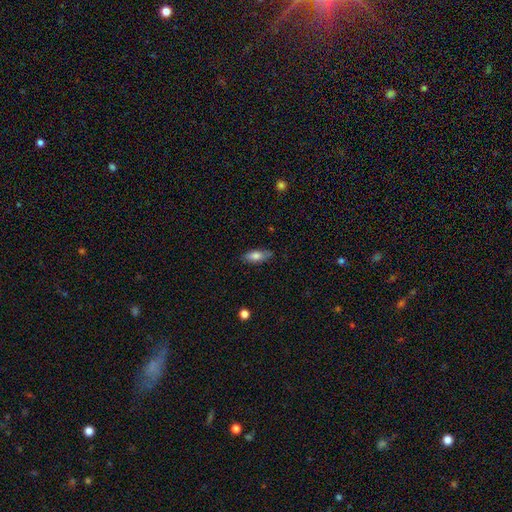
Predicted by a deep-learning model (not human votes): A smooth galaxy with no disk features (77%) that is in between round and cigar-shaped (76%).

Vote fractions:
- Smooth or featured? smooth: 77% / featured or disk: 16% / star or artifact: 7%
- How rounded? in between: 76% / cigar-shaped: 21% / round: 3%
- Merging? none: 78% / minor disturbance: 17% / major disturbance: 3% / merger: 1%